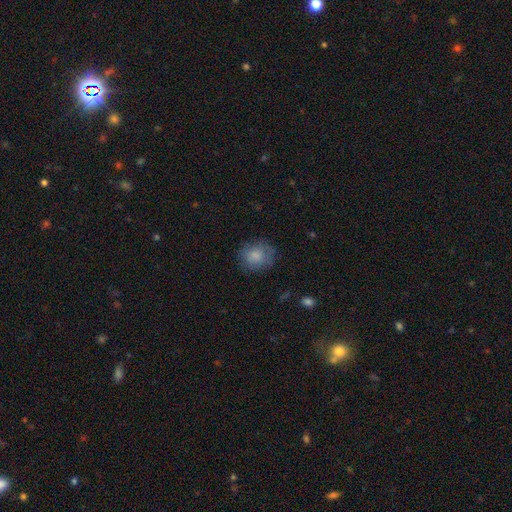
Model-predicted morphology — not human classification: Smooth or featured? Predicted: smooth (p=0.80). How rounded? Predicted: round (p=0.74). Merging? Predicted: none (p=0.74).